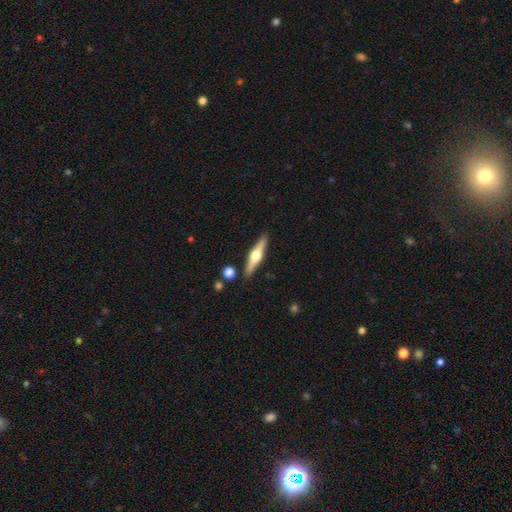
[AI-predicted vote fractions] Smooth or featured? featured or disk (72%)
Edge-on disk? yes (97%)
Edge-on bulge? rounded (95%)
Merging? none (89%)